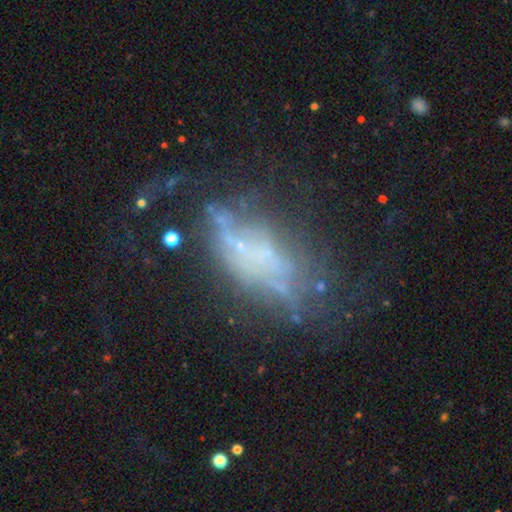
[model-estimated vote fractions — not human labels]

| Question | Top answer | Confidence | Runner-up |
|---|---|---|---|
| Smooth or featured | featured or disk | 55% | smooth (25%) |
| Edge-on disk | no | 79% | yes (21%) |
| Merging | major disturbance | 36% | none (35%) |